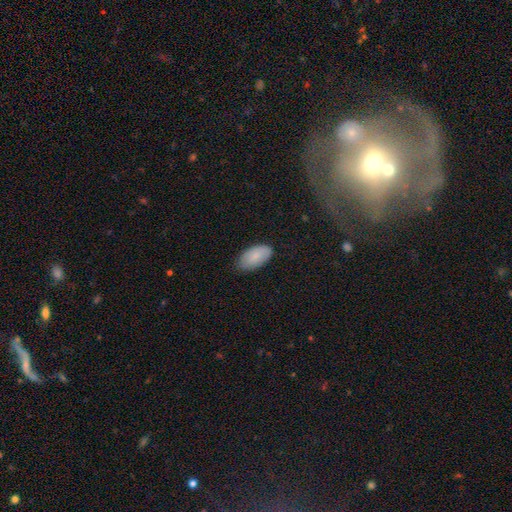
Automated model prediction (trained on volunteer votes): Q: Smooth or featured?
A: smooth (84%); runner-up: featured or disk (10%)
Q: How rounded?
A: in between (95%); runner-up: cigar-shaped (3%)
Q: Merging?
A: none (77%); runner-up: minor disturbance (19%)